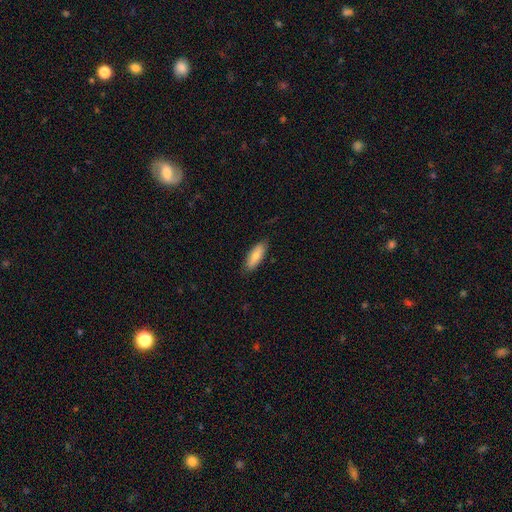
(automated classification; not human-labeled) Q: Smooth or featured?
A: smooth (77%); runner-up: featured or disk (17%)
Q: How rounded?
A: in between (68%); runner-up: cigar-shaped (30%)
Q: Merging?
A: none (83%); runner-up: minor disturbance (14%)